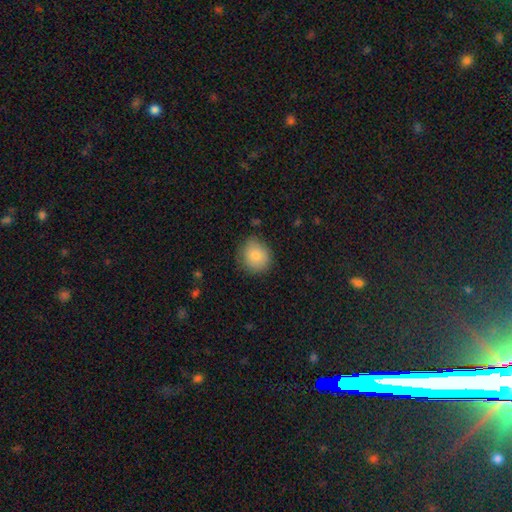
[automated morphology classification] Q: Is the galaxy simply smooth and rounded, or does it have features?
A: smooth — 84%.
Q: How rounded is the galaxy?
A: round — 83%.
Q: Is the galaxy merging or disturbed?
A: none — 79%.